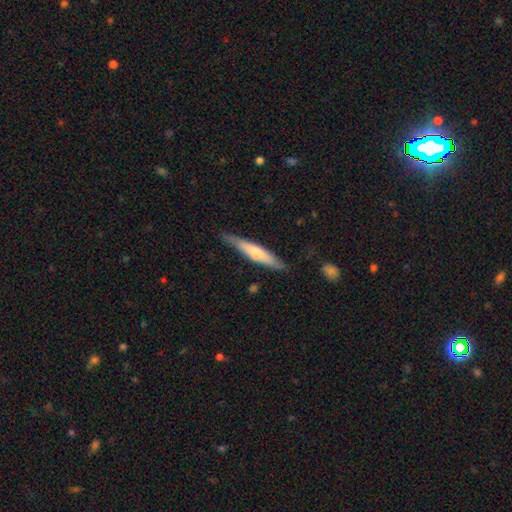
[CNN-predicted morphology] Smooth or featured? Predicted: smooth (p=0.56). How rounded? Predicted: cigar-shaped (p=0.90). Merging? Predicted: none (p=0.81).